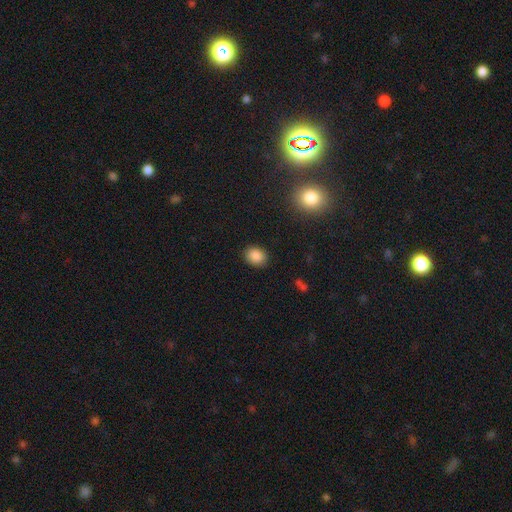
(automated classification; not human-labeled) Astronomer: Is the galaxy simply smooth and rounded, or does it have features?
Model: smooth — 87%.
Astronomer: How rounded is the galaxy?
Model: round — 50% (runner-up: in between, 49%).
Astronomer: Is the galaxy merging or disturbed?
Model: none — 88%.